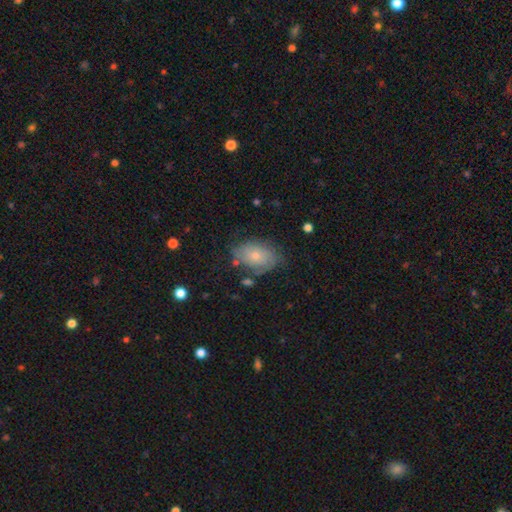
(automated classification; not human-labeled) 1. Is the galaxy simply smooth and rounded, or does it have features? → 54% smooth, 37% featured or disk, 8% star or artifact.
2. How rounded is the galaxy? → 83% in between, 16% round, 1% cigar-shaped.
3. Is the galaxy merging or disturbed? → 62% none, 25% minor disturbance, 9% major disturbance, 3% merger.